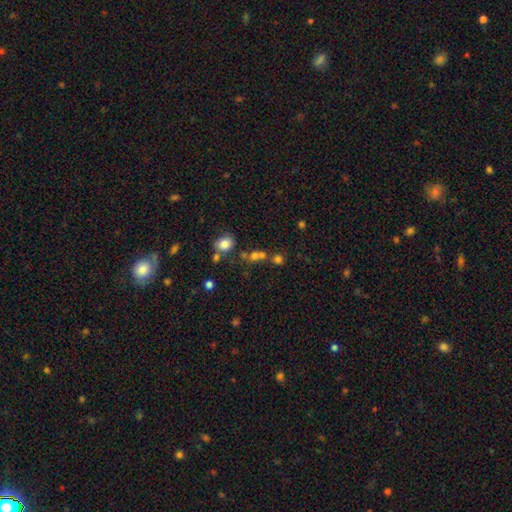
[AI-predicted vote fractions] Smooth or featured: smooth — 66% (star or artifact — 22%)
How rounded: round — 59% (in between — 38%)
Merging: none — 47% (merger — 36%)